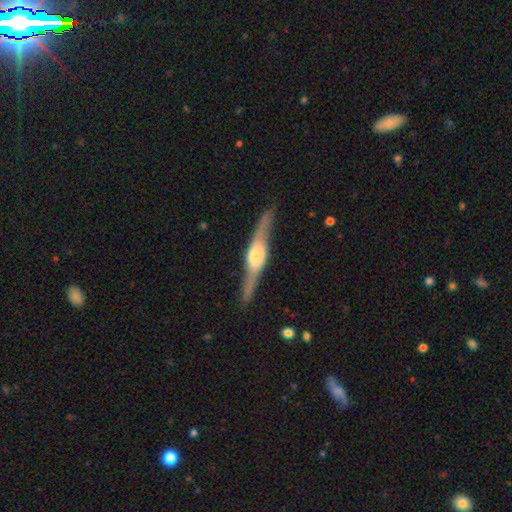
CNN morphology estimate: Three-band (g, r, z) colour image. It shows a featured or disk galaxy (79%) viewed edge-on (94%) with a rounded central bulge (79%). Merging: none (85%).